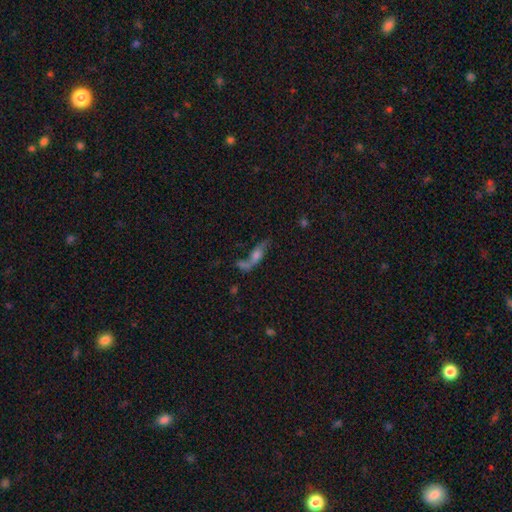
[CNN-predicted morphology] smooth-or-featured: featured or disk: 56% | smooth: 30% | star or artifact: 14%
  disk-edge-on: no: 56% | yes: 44%
  merging: none: 39% | merger: 29% | major disturbance: 16% | minor disturbance: 16%